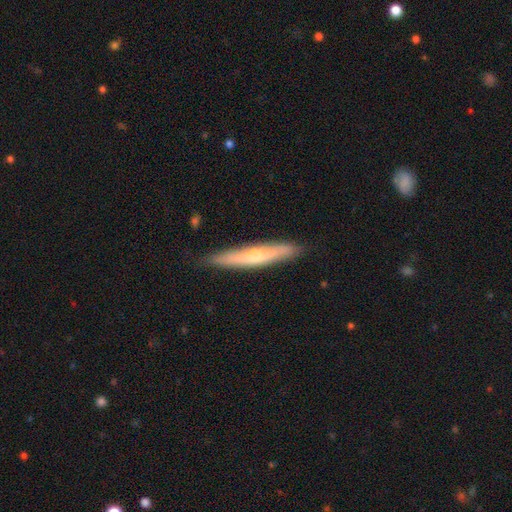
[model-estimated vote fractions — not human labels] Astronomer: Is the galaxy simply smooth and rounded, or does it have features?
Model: featured or disk — 57% (runner-up: smooth, 37%).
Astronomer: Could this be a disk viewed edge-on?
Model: yes — 86%.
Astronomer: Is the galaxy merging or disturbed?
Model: none — 86%.